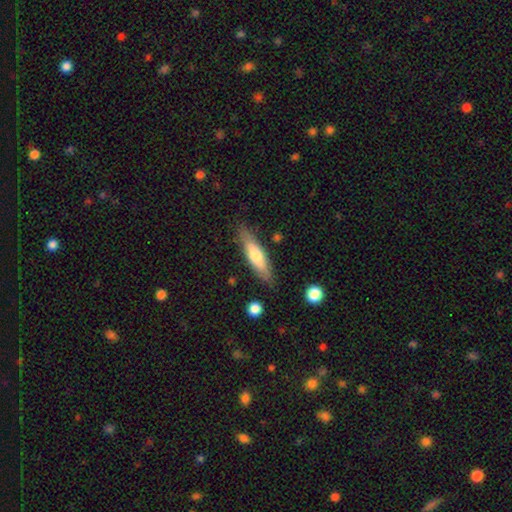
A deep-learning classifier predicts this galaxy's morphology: A smooth galaxy with no disk features (58%) that is cigar-shaped (72%). Merging: none (82%).